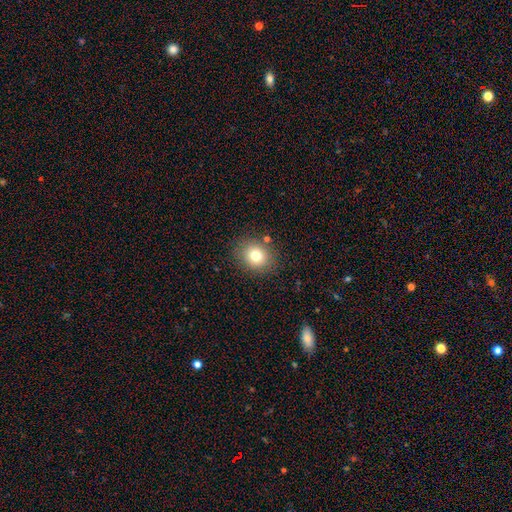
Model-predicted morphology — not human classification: smooth 77%, star or artifact 12%, featured or disk 11%. Down the decision tree: how rounded — round (69%); merging — none (85%).